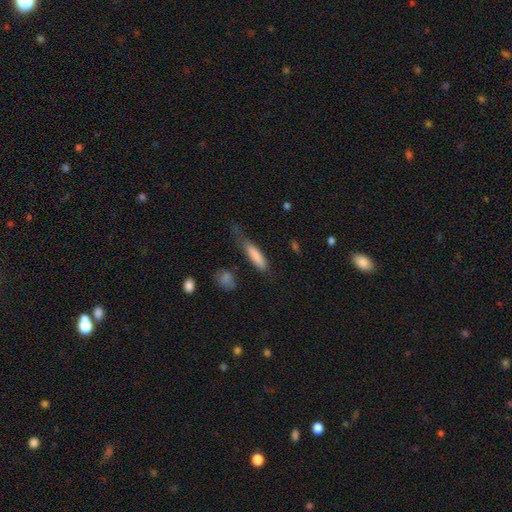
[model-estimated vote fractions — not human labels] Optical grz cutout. It shows a smooth galaxy with no disk features (81%) that is cigar-shaped (73%). Merging: none (52%).